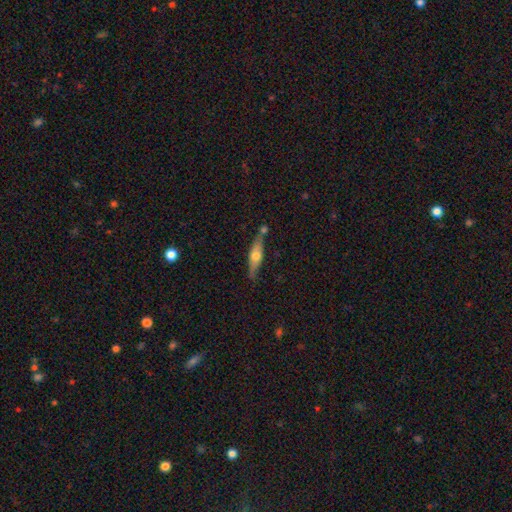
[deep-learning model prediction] The model was most divided on "smooth or featured": featured or disk: 49%, smooth: 45%, star or artifact: 6%. More confident: merging — none (68%).